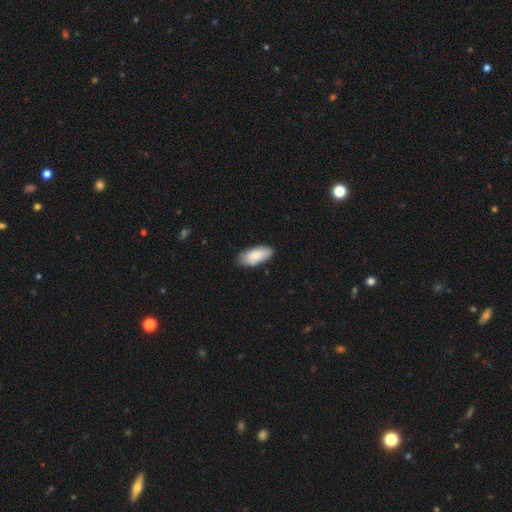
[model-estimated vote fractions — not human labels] Smooth or featured? smooth (86%)
How rounded? in between (90%)
Merging? none (77%)